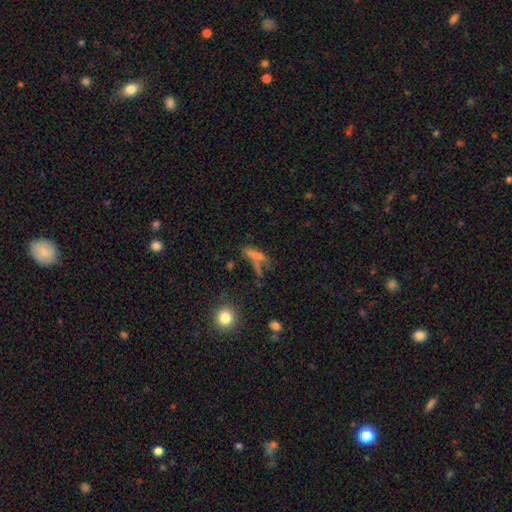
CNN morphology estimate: Smooth or featured?
  - smooth: 57% *
  - featured or disk: 24%
  - star or artifact: 19%
How rounded?
  - cigar-shaped: 67% *
  - in between: 27%
  - round: 6%
Merging?
  - none: 49% *
  - merger: 20%
  - minor disturbance: 17%
  - major disturbance: 15%